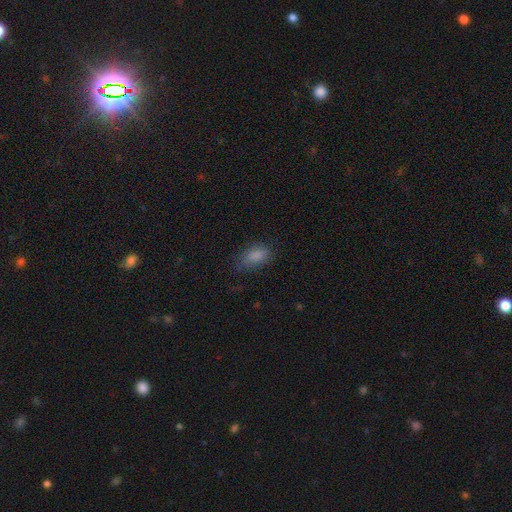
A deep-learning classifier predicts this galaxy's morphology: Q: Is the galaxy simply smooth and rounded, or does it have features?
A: smooth — 84%.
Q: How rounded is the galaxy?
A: in between — 90%.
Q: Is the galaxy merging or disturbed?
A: none — 69%.